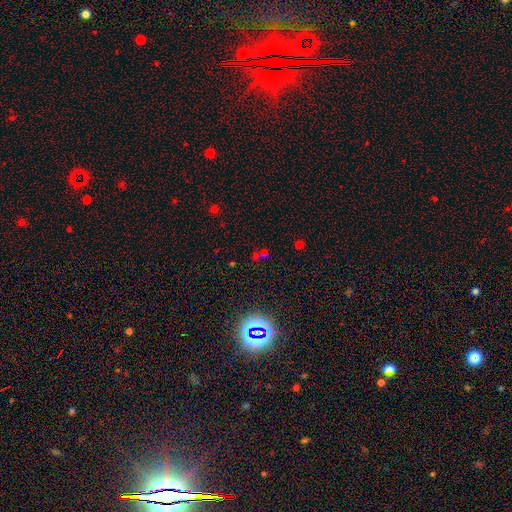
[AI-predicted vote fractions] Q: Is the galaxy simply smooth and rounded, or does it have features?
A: star or artifact — 55%.